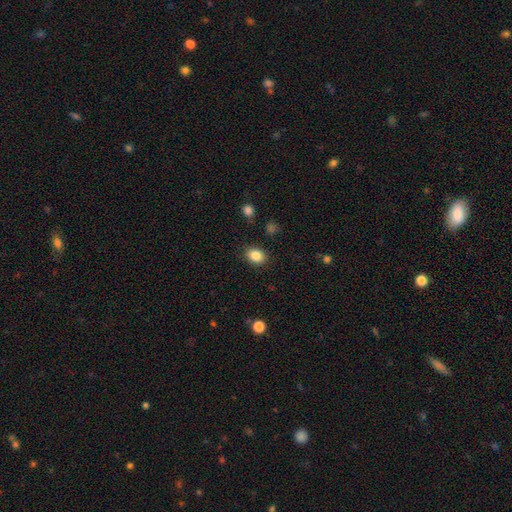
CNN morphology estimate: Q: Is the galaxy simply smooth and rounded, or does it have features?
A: smooth — 86%.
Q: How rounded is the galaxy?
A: in between — 63%.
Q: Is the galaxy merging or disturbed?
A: none — 86%.